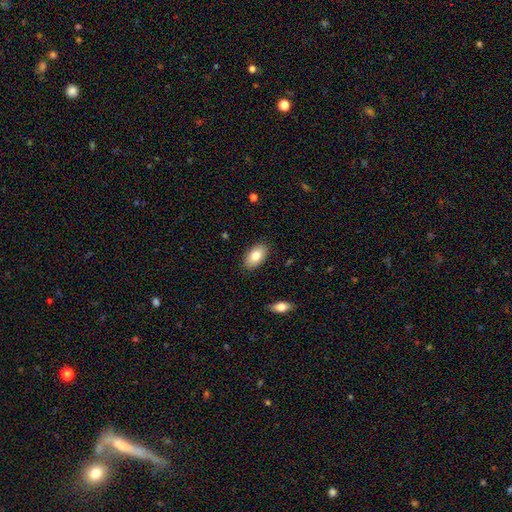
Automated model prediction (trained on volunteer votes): smooth 81%, featured or disk 12%, star or artifact 7%. Down the decision tree: how rounded — in between (94%); merging — none (87%).